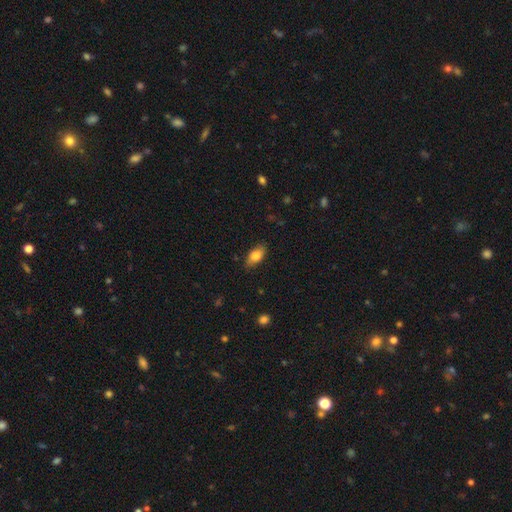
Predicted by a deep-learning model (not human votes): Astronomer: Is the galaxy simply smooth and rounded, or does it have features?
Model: smooth — 80%.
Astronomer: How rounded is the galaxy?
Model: in between — 88%.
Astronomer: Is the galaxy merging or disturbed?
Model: none — 84%.